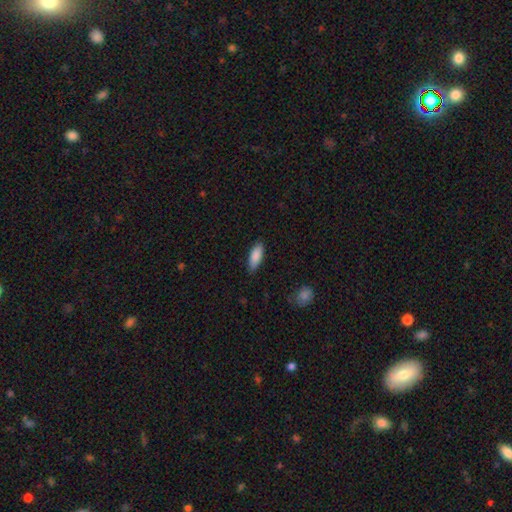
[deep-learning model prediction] smooth-or-featured: smooth: 88% | featured or disk: 6% | star or artifact: 6%
  how-rounded: in between: 72% | cigar-shaped: 27% | round: 2%
  merging: none: 84% | minor disturbance: 13% | major disturbance: 2% | merger: 1%